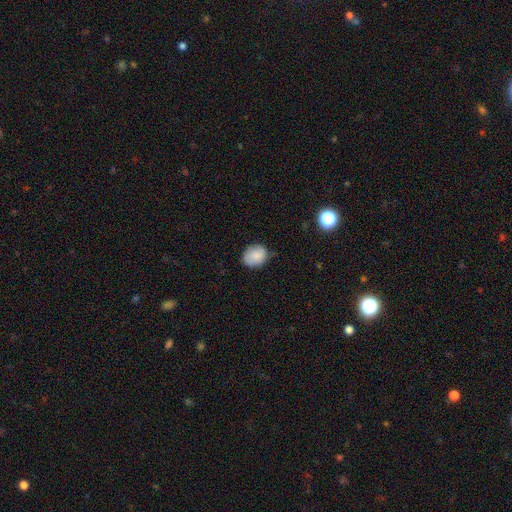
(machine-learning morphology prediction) This appears to be a smooth galaxy with no disk features (83%) that is round (50%). Merging: none (73%).